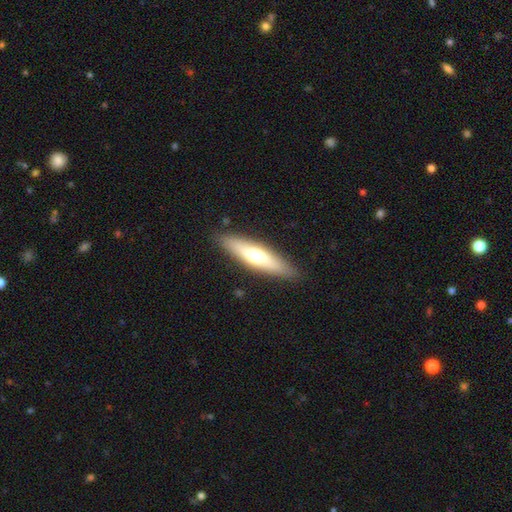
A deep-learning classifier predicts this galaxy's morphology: The model was most divided on "smooth or featured": smooth: 56%, featured or disk: 39%, star or artifact: 6%. More confident: merging — none (88%); how rounded — cigar-shaped (76%).